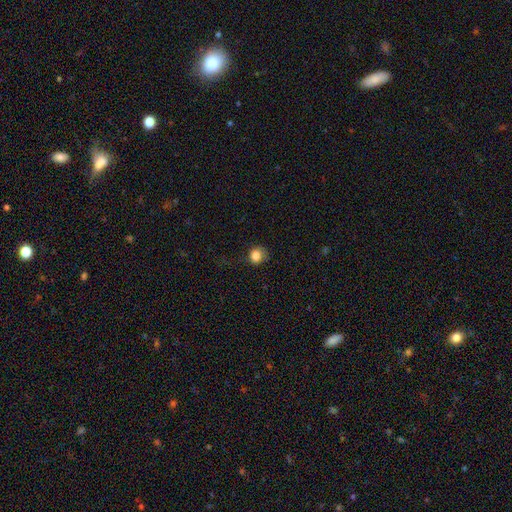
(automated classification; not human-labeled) Overall: smooth (83%). How rounded: round (79%). Merging: none (70%).